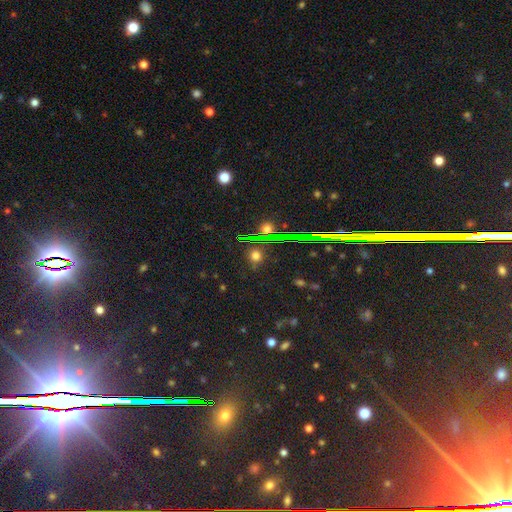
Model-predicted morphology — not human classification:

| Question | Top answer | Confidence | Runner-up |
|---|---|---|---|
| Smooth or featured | smooth | 56% | star or artifact (36%) |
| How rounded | round | 83% | in between (15%) |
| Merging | none | 83% | minor disturbance (9%) |